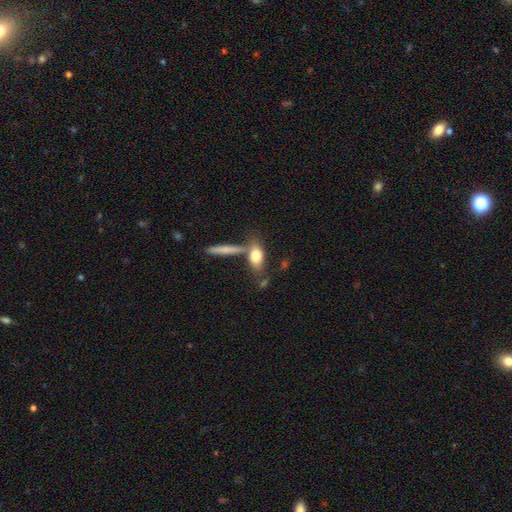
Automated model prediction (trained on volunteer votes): A smooth galaxy with no disk features (76%) that is in between round and cigar-shaped (75%). Merging: none (54%).